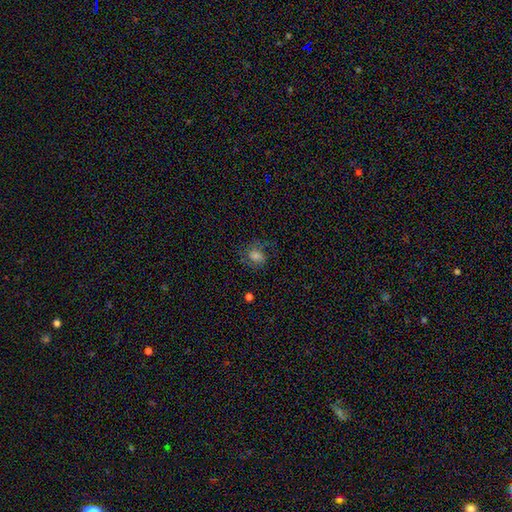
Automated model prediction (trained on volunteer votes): The model was most divided on "how rounded": round: 51%, in between: 48%, cigar-shaped: 1%. More confident: merging — none (60%); smooth or featured — smooth (52%).